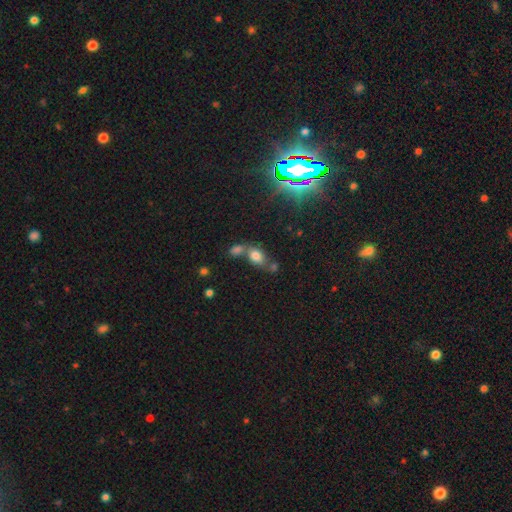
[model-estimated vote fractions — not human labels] This appears to be a smooth galaxy with no disk features (74%) that is in between round and cigar-shaped (76%). Merging: none (43%).